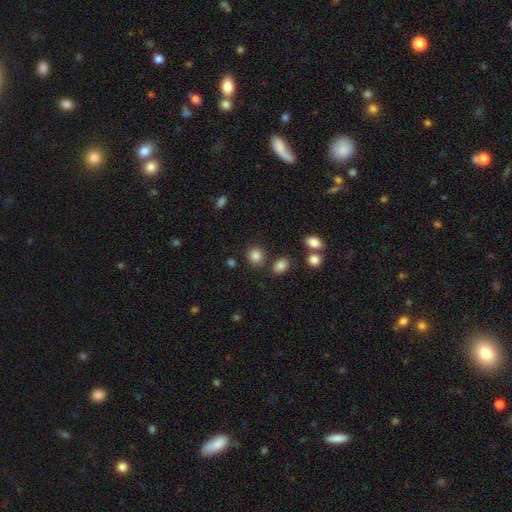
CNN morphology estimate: A smooth galaxy with no disk features (84%) that is round (78%). Merging: none (79%).